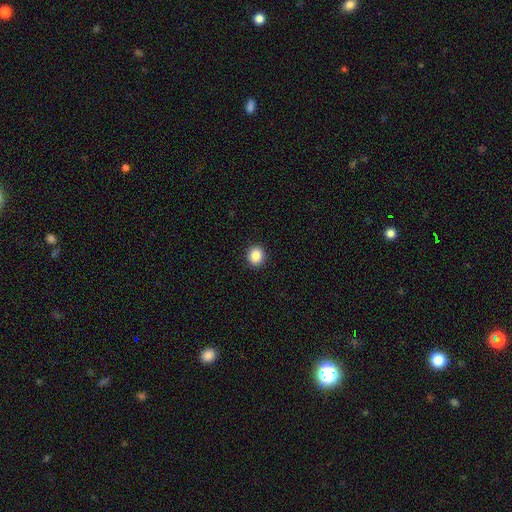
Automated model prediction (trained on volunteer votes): The model was most divided on "how rounded": round: 80%, in between: 19%, cigar-shaped: 1%. More confident: merging — none (92%); smooth or featured — smooth (88%).